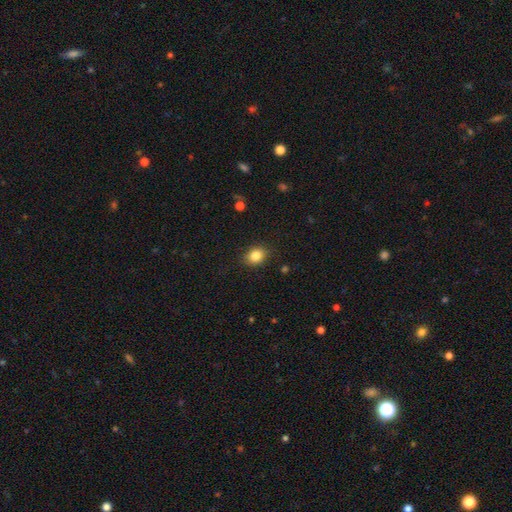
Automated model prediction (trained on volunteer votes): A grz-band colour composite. It shows a smooth galaxy with no disk features (84%) that is in between round and cigar-shaped (53%). Merging: none (86%).